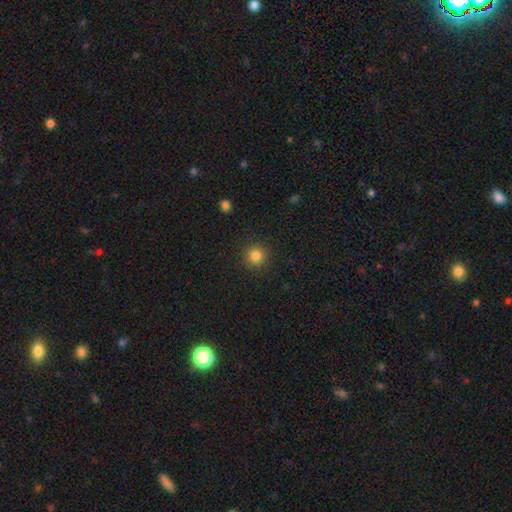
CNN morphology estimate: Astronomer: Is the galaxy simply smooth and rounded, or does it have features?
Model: smooth — 83%.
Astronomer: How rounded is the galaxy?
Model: round — 94%.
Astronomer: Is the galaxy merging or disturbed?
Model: none — 91%.